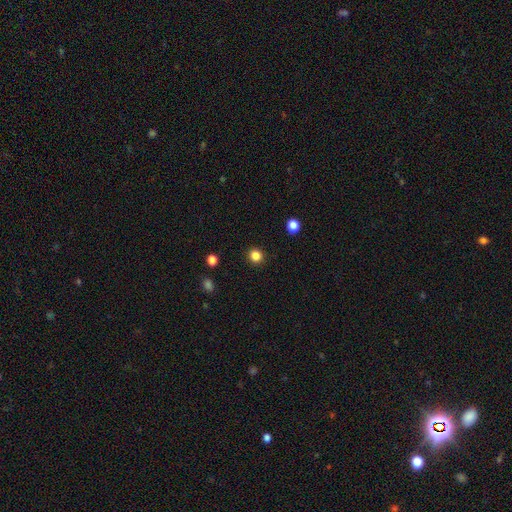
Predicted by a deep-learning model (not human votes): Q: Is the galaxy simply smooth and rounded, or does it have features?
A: smooth — 84%.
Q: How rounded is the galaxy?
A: round — 92%.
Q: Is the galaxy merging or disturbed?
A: none — 92%.